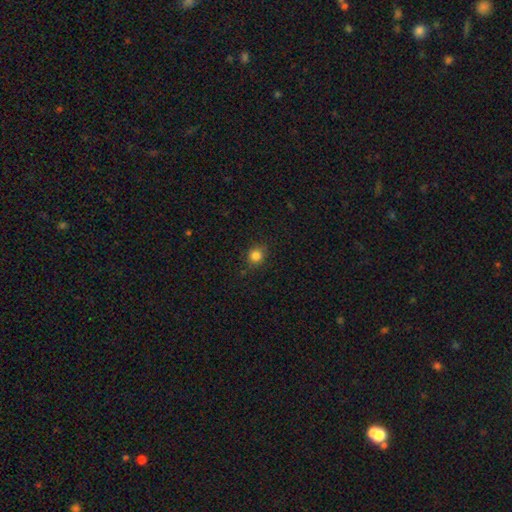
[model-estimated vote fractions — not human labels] Smooth or featured? smooth (84%)
How rounded? round (83%)
Merging? none (85%)